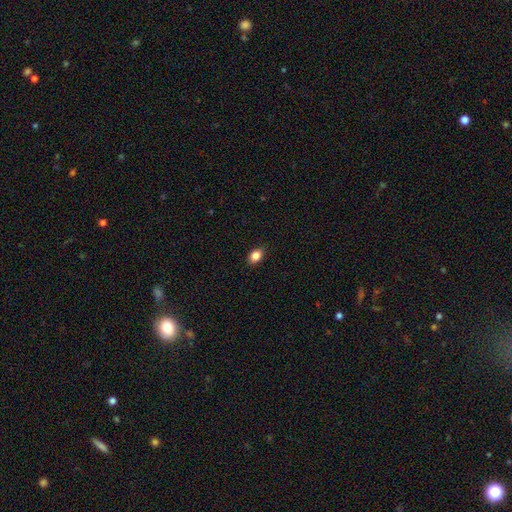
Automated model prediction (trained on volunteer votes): smooth 86%, star or artifact 9%, featured or disk 5%. Down the decision tree: how rounded — in between (77%); merging — none (88%).